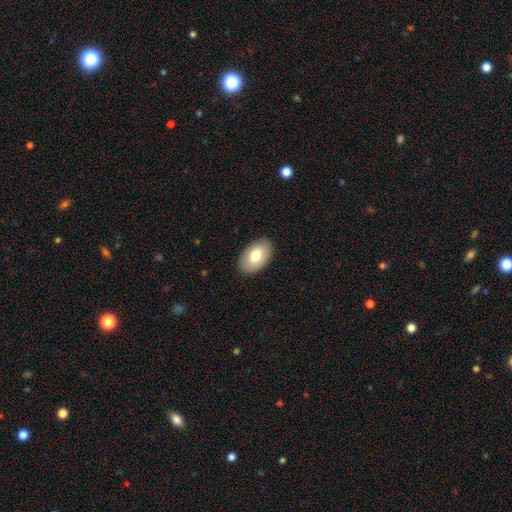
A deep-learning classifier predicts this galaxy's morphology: type=smooth (77%); roundness=in between (93%); merging=none (88%).